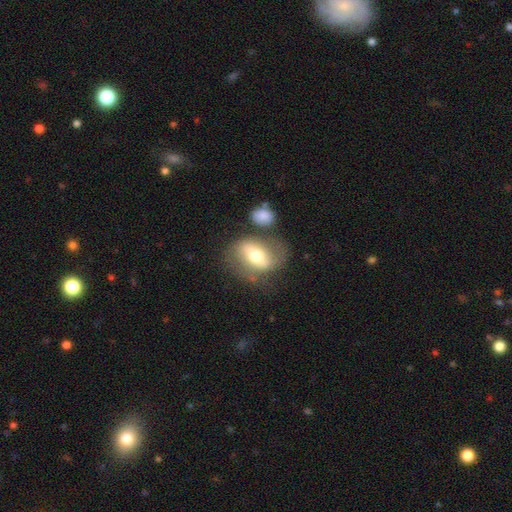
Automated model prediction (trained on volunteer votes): A featured or disk galaxy (50%). Merging: none (55%).